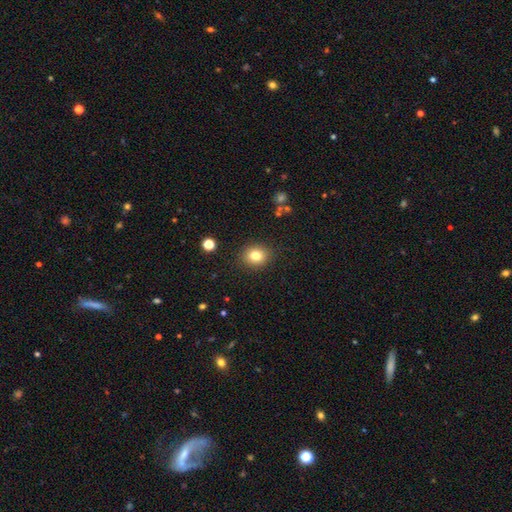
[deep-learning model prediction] smooth_or_featured: smooth (p=0.80) [alt: star or artifact p=0.12]
how_rounded: round (p=0.72) [alt: in between p=0.27]
merging: none (p=0.88) [alt: minor disturbance p=0.08]